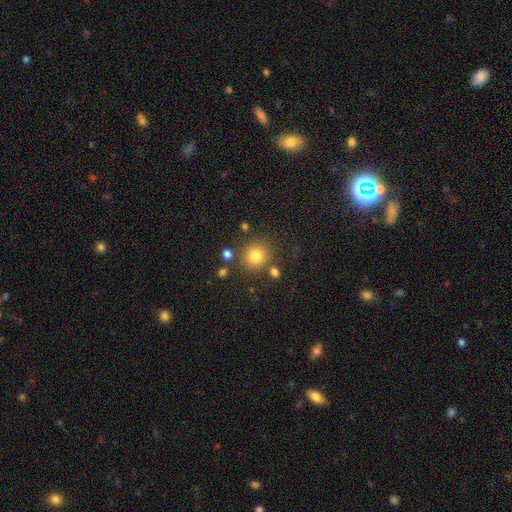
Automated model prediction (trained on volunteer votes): A smooth galaxy with no disk features (80%) that is round (88%). Merging: none (80%).